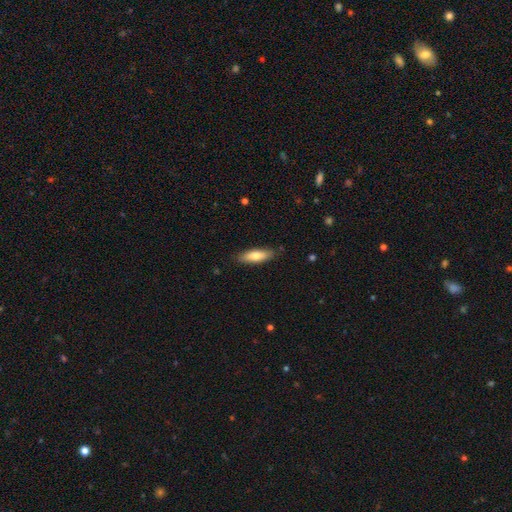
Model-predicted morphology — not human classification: A smooth galaxy with no disk features (74%) that is in between round and cigar-shaped (54%). Merging: none (85%).